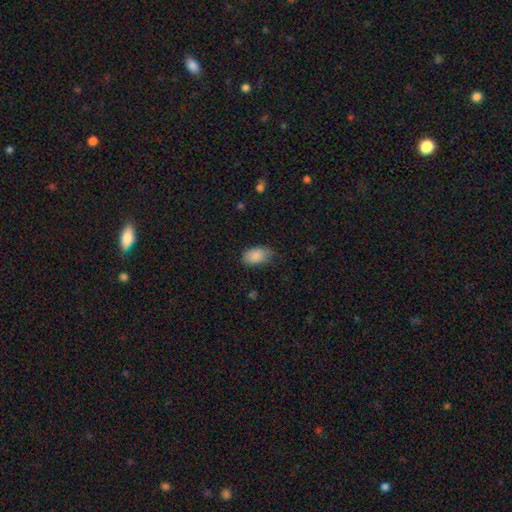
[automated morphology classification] smooth 87%, star or artifact 7%, featured or disk 5%. Down the decision tree: how rounded — in between (90%); merging — none (72%).